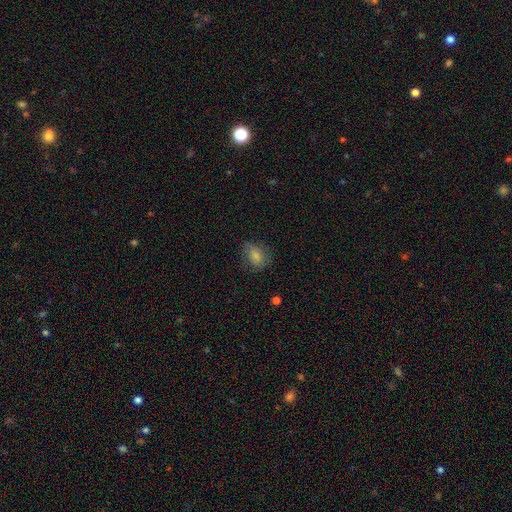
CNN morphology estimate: smooth_or_featured: smooth (p=0.74) [alt: featured or disk p=0.18]
how_rounded: in between (p=0.71) [alt: round p=0.27]
merging: none (p=0.66) [alt: minor disturbance p=0.23]